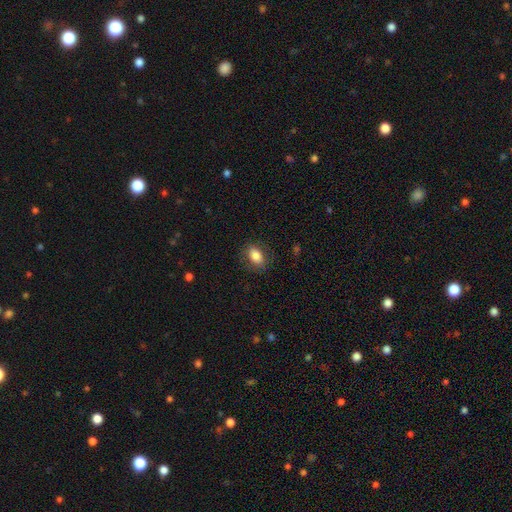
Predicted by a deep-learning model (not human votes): smooth_or_featured: smooth (p=0.82) [alt: featured or disk p=0.10]
how_rounded: in between (p=0.86) [alt: round p=0.12]
merging: none (p=0.82) [alt: minor disturbance p=0.13]